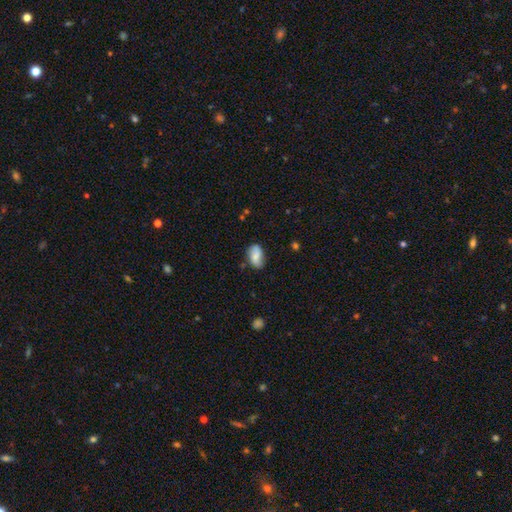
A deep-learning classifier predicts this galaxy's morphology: smooth 73%, featured or disk 19%, star or artifact 8%. Down the decision tree: how rounded — in between (90%); merging — none (71%).